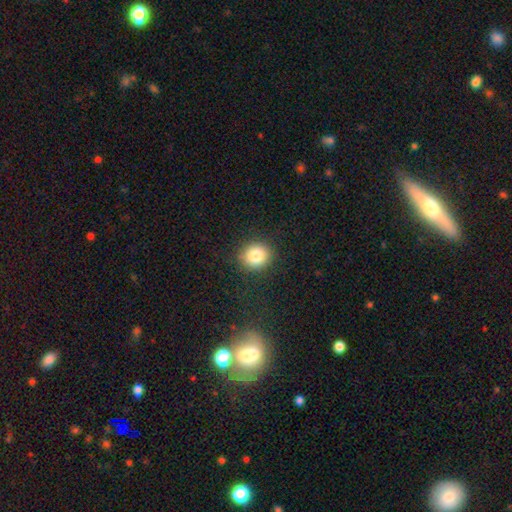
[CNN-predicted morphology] smooth 82%, star or artifact 11%, featured or disk 7%. Down the decision tree: how rounded — round (85%); merging — none (89%).